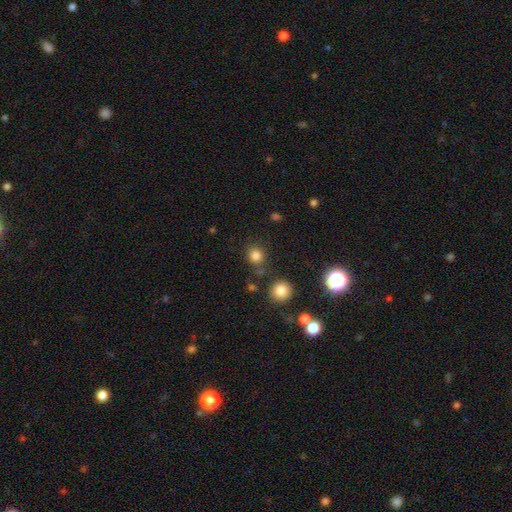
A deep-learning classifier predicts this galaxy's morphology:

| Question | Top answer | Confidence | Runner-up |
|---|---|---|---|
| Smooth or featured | smooth | 81% | star or artifact (14%) |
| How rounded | round | 90% | in between (9%) |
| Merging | none | 82% | minor disturbance (9%) |